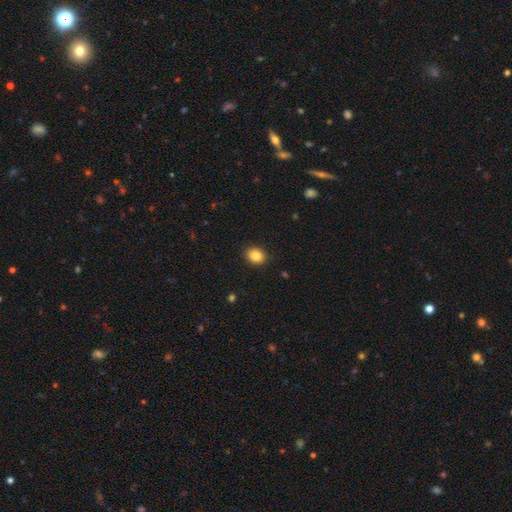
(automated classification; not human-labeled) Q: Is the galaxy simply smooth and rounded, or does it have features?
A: smooth — 86%.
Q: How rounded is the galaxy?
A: in between — 56%.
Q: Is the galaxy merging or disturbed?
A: none — 89%.